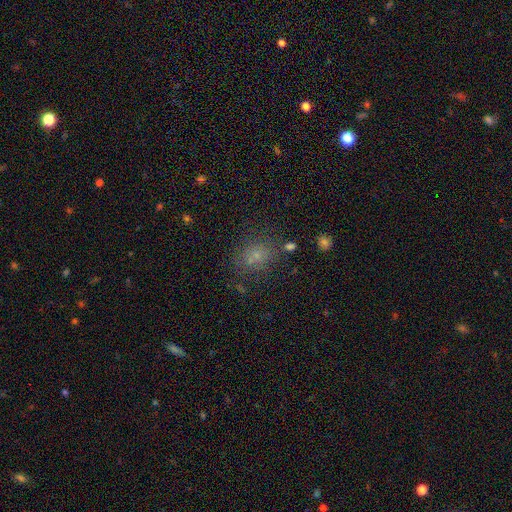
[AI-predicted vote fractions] This appears to be a smooth galaxy with no disk features (64%) that is round (53%). Merging: none (68%).